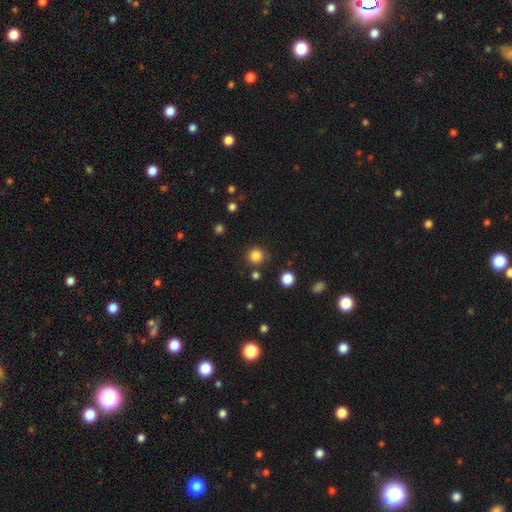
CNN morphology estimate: Overall: smooth (84%). How rounded: round (94%). Merging: none (84%).